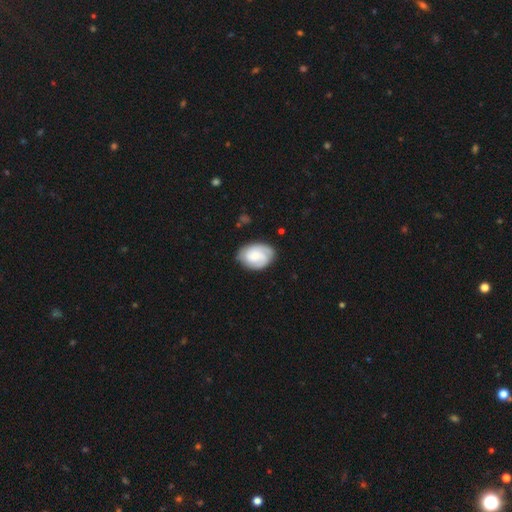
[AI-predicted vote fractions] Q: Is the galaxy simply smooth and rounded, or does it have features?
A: featured or disk — 55%.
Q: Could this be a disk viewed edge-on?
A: no — 97%.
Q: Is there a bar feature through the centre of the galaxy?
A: no — 68%.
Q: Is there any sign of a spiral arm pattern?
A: yes — 90%.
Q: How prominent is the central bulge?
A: small — 37%.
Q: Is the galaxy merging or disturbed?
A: none — 72%.